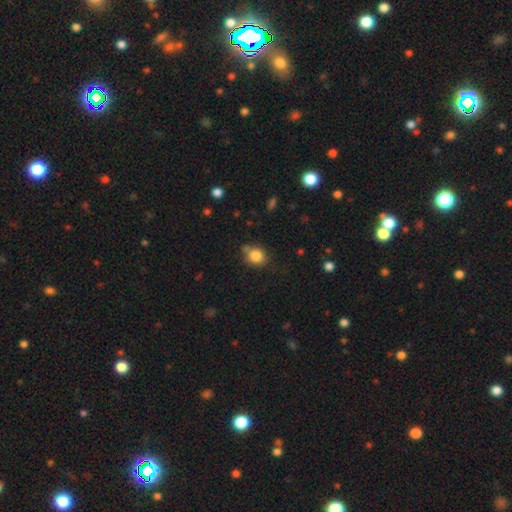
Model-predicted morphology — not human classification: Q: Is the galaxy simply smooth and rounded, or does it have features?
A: smooth — 83%.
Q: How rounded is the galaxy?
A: round — 71%.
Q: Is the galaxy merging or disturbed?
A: none — 66%.